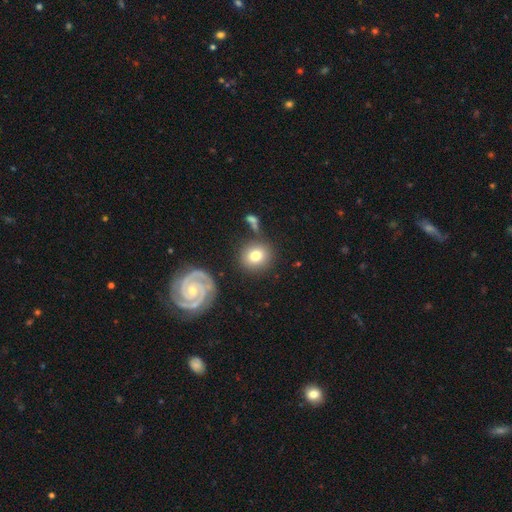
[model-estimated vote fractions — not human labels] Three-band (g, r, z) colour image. It shows a smooth galaxy with no disk features (71%) that is round (84%). Merging: none (80%).